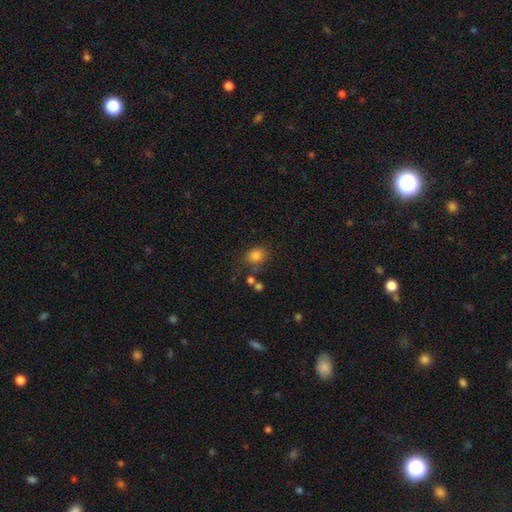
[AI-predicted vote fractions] A smooth galaxy with no disk features (81%) that is round (55%).

Vote fractions:
- Smooth or featured? smooth: 81% / star or artifact: 12% / featured or disk: 7%
- How rounded? round: 55% / in between: 44% / cigar-shaped: 1%
- Merging? none: 62% / minor disturbance: 19% / merger: 11% / major disturbance: 9%